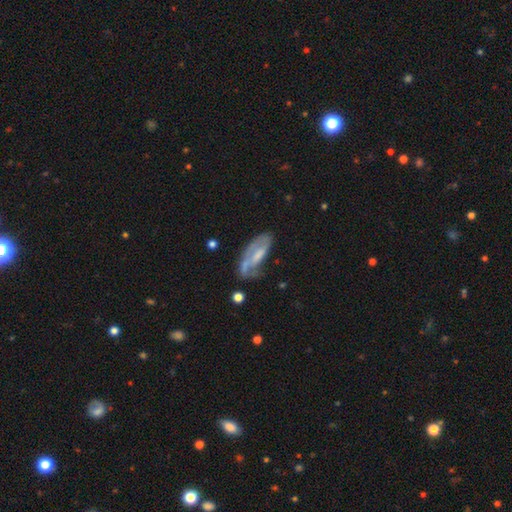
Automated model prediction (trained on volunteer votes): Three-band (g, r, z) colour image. It shows a featured or disk galaxy (62%) with no bar (45%), spiral arms (67%) and a moderate central bulge (33%). Merging: none (40%).